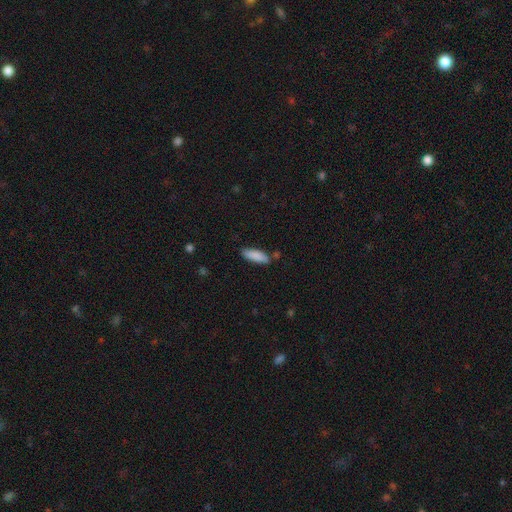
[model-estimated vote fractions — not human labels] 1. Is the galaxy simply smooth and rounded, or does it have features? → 87% smooth, 7% featured or disk, 6% star or artifact.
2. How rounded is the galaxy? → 53% in between, 45% cigar-shaped, 2% round.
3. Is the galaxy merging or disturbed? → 78% none, 15% minor disturbance, 4% merger, 3% major disturbance.